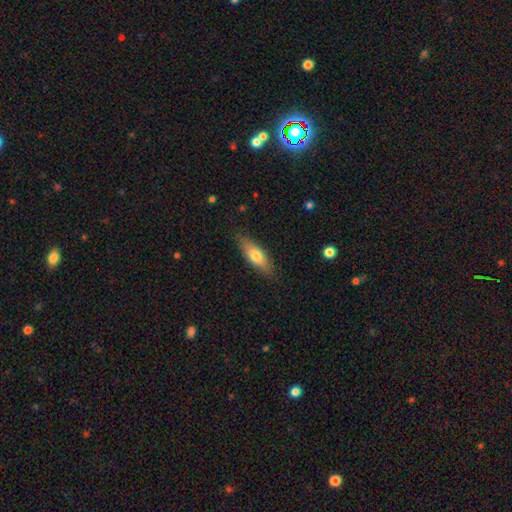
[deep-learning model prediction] Smooth or featured: smooth — 69% (featured or disk — 25%)
How rounded: in between — 59% (cigar-shaped — 38%)
Merging: none — 84% (minor disturbance — 13%)